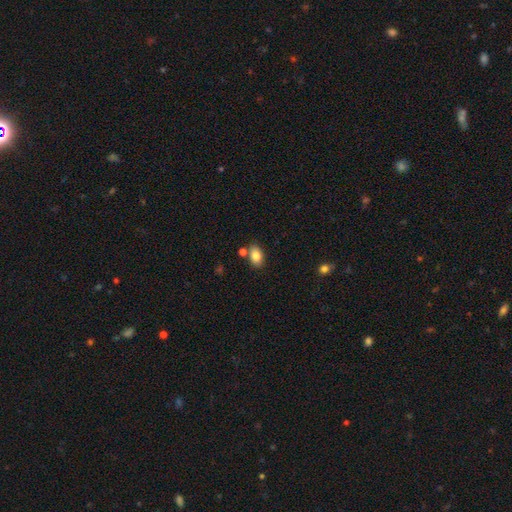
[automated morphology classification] Smooth or featured? Predicted: smooth (p=0.83). How rounded? Predicted: in between (p=0.86). Merging? Predicted: none (p=0.74).